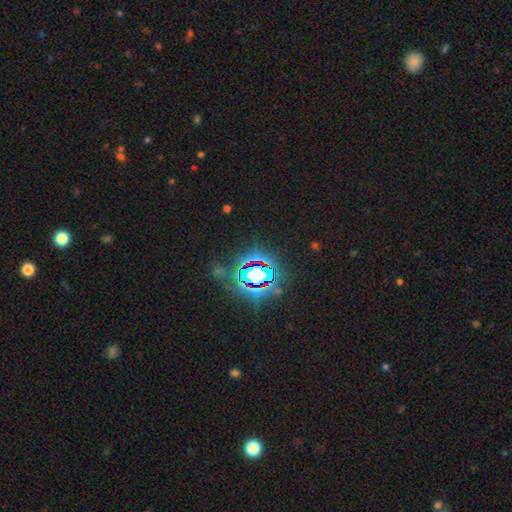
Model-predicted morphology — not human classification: Smooth or featured: star or artifact — 83% (smooth — 10%)